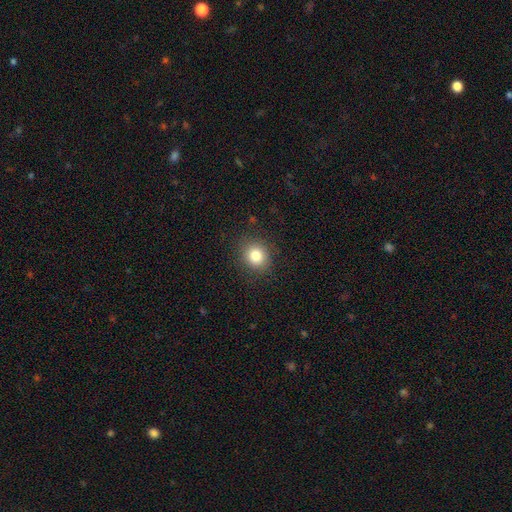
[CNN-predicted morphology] This is clearly a smooth galaxy (82%). How rounded: likely round (80%). Merging: clearly none (87%).